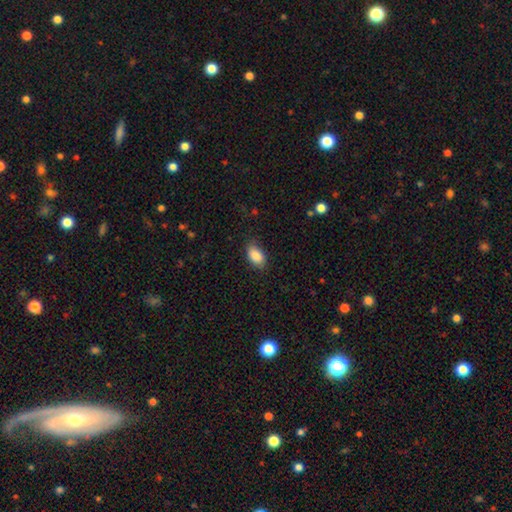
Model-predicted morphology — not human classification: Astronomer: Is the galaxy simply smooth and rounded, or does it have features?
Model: smooth — 88%.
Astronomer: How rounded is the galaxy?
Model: in between — 90%.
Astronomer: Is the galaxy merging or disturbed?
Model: none — 79%.